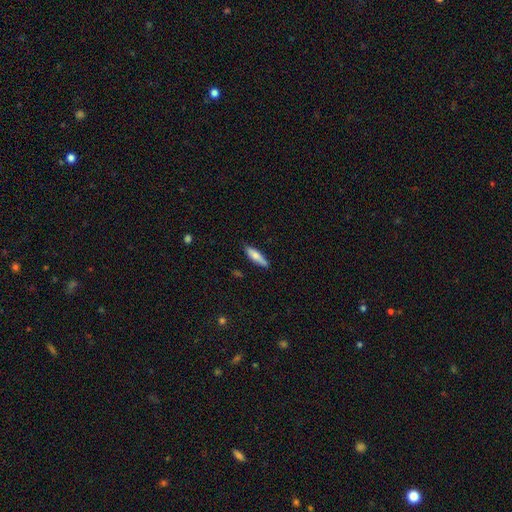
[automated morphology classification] smooth-or-featured: smooth: 71% | featured or disk: 23% | star or artifact: 6%
  how-rounded: cigar-shaped: 70% | in between: 28% | round: 2%
  merging: none: 84% | minor disturbance: 13% | major disturbance: 2% | merger: 1%